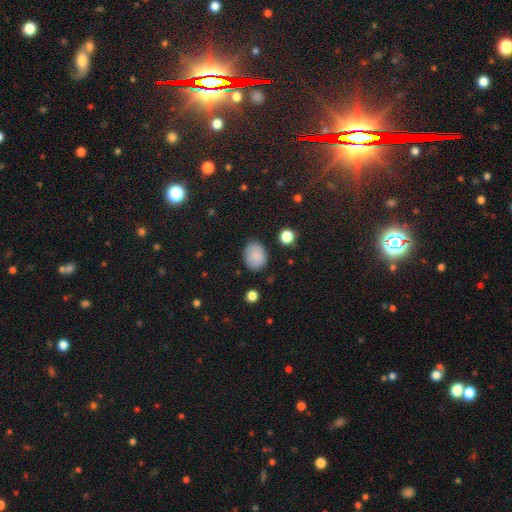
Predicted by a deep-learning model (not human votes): smooth-or-featured: smooth: 86% | star or artifact: 8% | featured or disk: 6%
  how-rounded: in between: 63% | round: 36% | cigar-shaped: 1%
  merging: none: 81% | minor disturbance: 14% | major disturbance: 3% | merger: 2%